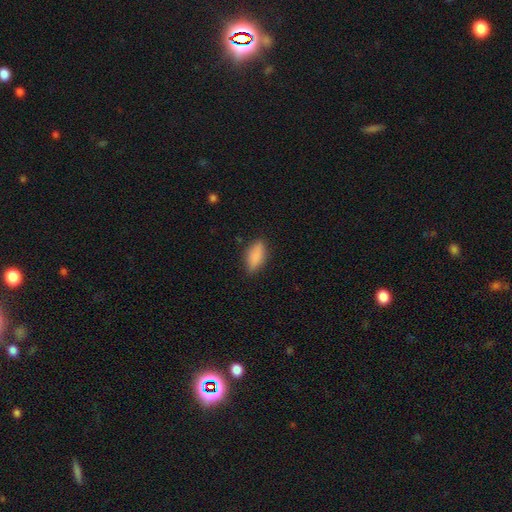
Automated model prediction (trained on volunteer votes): Smooth or featured?
  - smooth: 87% *
  - star or artifact: 7%
  - featured or disk: 6%
How rounded?
  - in between: 82% *
  - cigar-shaped: 15%
  - round: 3%
Merging?
  - none: 83% *
  - minor disturbance: 13%
  - major disturbance: 3%
  - merger: 1%